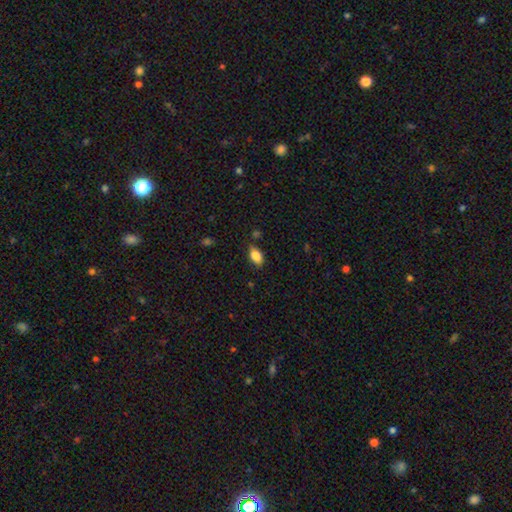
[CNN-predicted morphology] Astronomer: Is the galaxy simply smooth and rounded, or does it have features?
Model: smooth — 86%.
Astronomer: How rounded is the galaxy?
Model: in between — 90%.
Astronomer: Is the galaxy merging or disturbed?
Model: none — 80%.